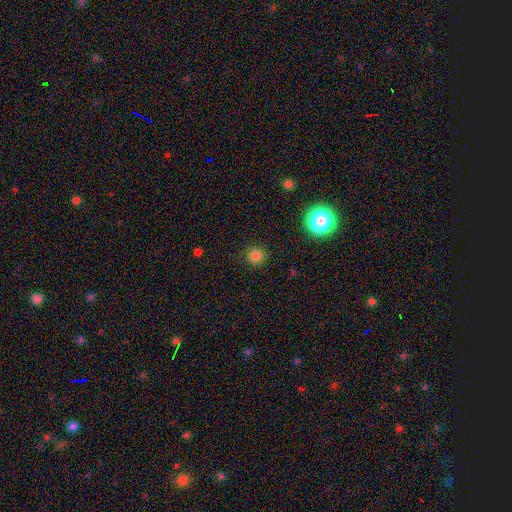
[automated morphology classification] Smooth or featured? Predicted: smooth (p=0.80). How rounded? Predicted: round (p=0.94). Merging? Predicted: none (p=0.89).